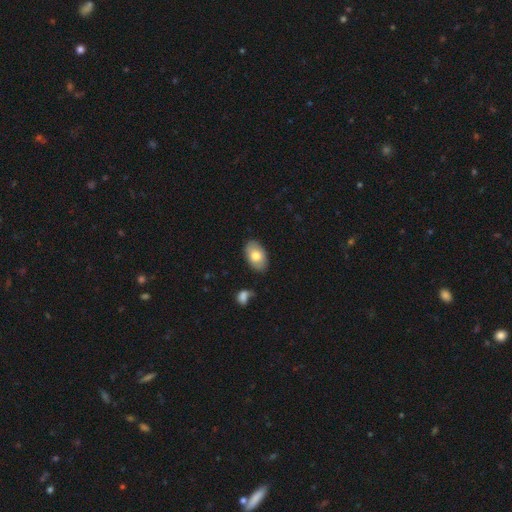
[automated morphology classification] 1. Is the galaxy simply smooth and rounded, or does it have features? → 74% smooth, 19% featured or disk, 6% star or artifact.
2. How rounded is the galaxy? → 92% in between, 7% round, 1% cigar-shaped.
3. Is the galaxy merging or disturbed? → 84% none, 11% minor disturbance, 2% major disturbance, 2% merger.